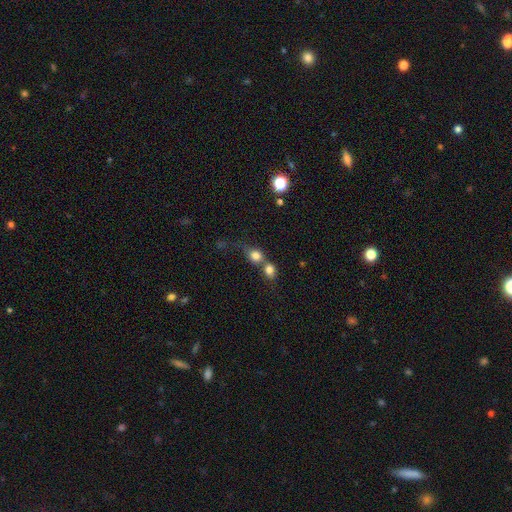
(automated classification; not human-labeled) Smooth or featured?
  - smooth: 78% *
  - star or artifact: 12%
  - featured or disk: 10%
How rounded?
  - round: 74% *
  - in between: 24%
  - cigar-shaped: 2%
Merging?
  - merger: 58% *
  - none: 30%
  - minor disturbance: 7%
  - major disturbance: 5%